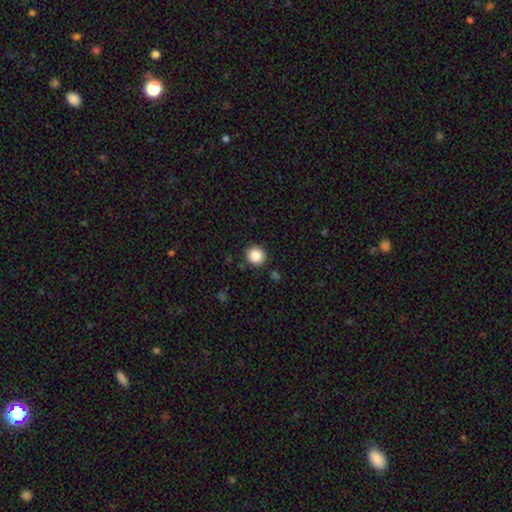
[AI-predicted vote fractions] Smooth or featured?
  - smooth: 87% *
  - star or artifact: 10%
  - featured or disk: 3%
How rounded?
  - round: 92% *
  - in between: 7%
  - cigar-shaped: 1%
Merging?
  - none: 90% *
  - minor disturbance: 6%
  - major disturbance: 2%
  - merger: 2%